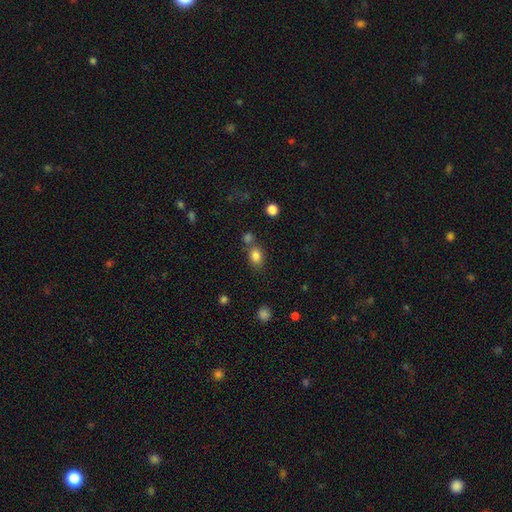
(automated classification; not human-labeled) This is clearly a smooth galaxy (82%). How rounded: likely in between (67%). Merging: likely none (61%).